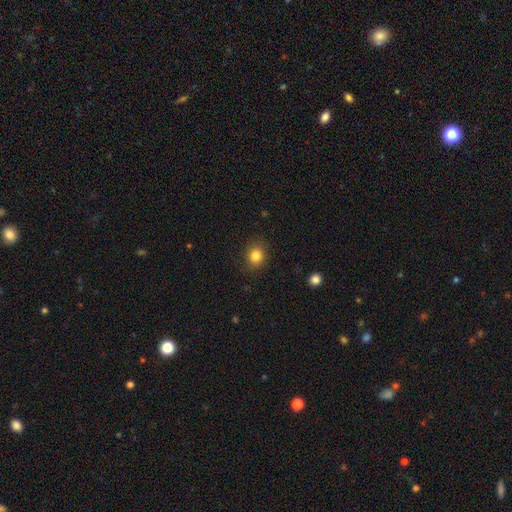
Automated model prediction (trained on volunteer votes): Smooth or featured? smooth (83%)
How rounded? round (74%)
Merging? none (87%)